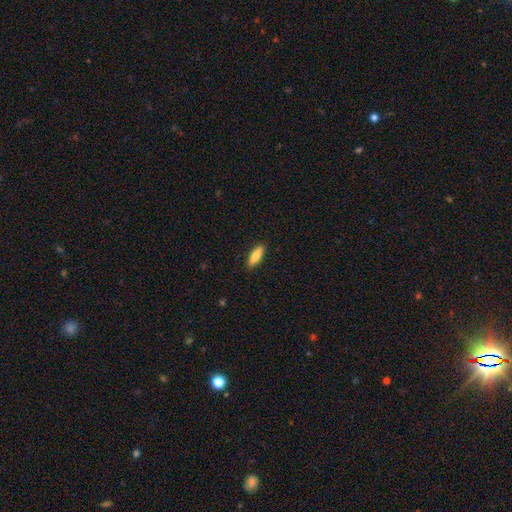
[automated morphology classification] Smooth or featured? smooth (77%)
How rounded? in between (55%)
Merging? none (89%)